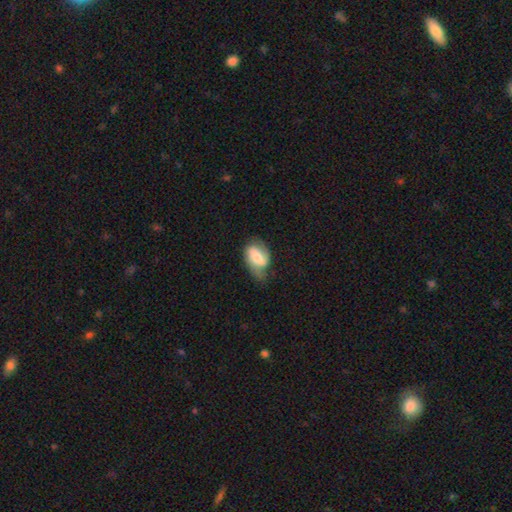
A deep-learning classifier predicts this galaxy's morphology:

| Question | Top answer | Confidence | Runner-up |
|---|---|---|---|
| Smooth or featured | featured or disk | 54% | smooth (39%) |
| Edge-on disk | no | 96% | yes (4%) |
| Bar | weak | 40% | no (32%) |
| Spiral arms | yes | 83% | no (17%) |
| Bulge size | moderate | 48% | small (35%) |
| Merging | none | 46% | minor disturbance (36%) |